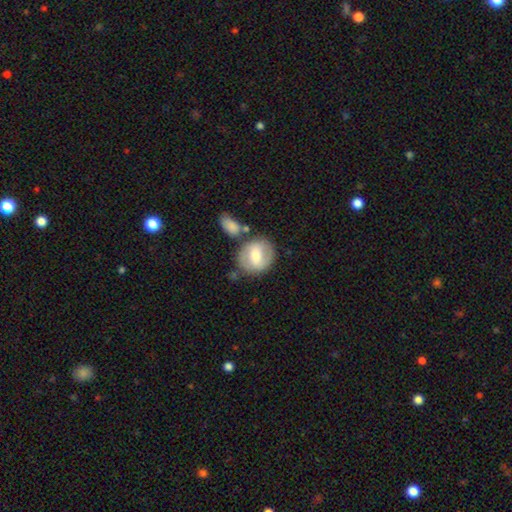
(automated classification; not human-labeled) smooth_or_featured: smooth (p=0.49) [alt: featured or disk p=0.45]
merging: none (p=0.67) [alt: minor disturbance p=0.14]